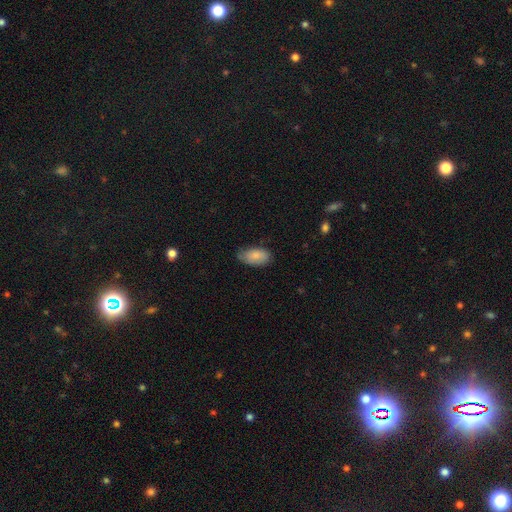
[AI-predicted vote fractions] This appears to be a smooth galaxy with no disk features (83%) that is in between round and cigar-shaped (94%). Merging: none (71%).